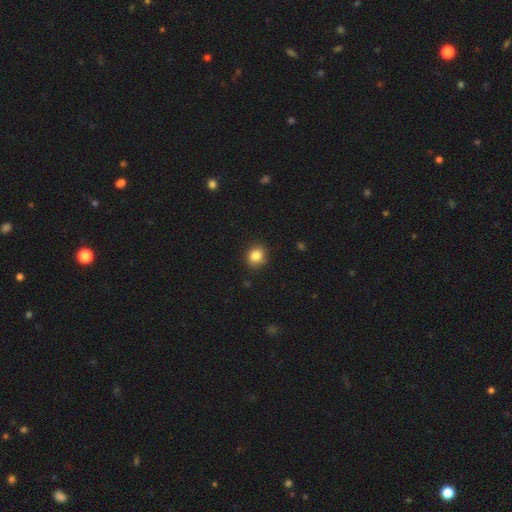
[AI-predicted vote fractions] Q: Smooth or featured?
A: smooth (85%); runner-up: star or artifact (10%)
Q: How rounded?
A: round (75%); runner-up: in between (24%)
Q: Merging?
A: none (86%); runner-up: minor disturbance (11%)